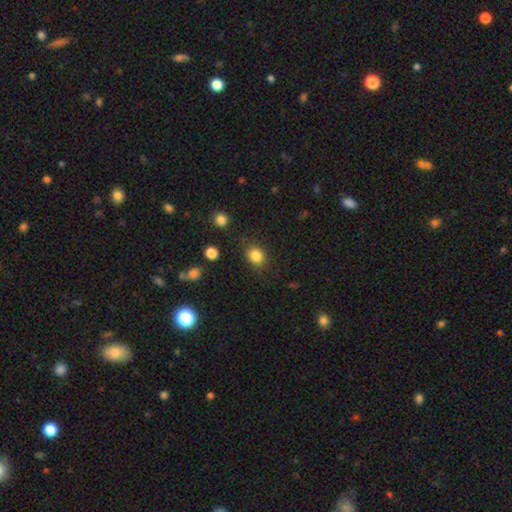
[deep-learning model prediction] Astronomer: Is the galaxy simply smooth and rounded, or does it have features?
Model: smooth — 84%.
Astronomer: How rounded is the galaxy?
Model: round — 58% (runner-up: in between, 41%).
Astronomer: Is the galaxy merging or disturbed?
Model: none — 84%.